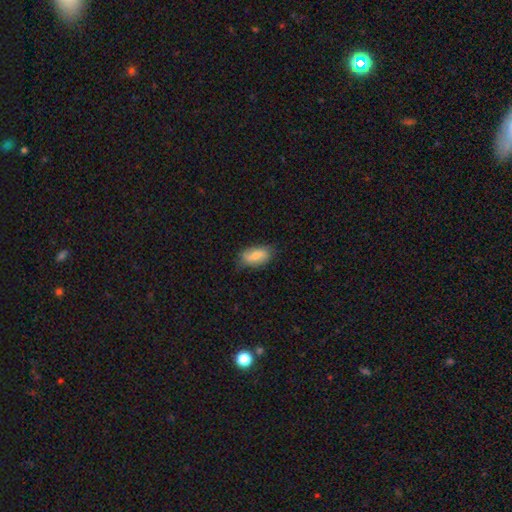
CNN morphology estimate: smooth_or_featured: smooth (p=0.71) [alt: featured or disk p=0.23]
how_rounded: in between (p=0.91) [alt: cigar-shaped p=0.05]
merging: none (p=0.72) [alt: minor disturbance p=0.23]